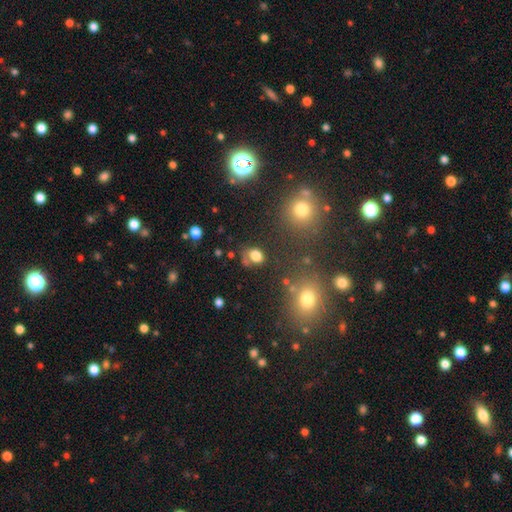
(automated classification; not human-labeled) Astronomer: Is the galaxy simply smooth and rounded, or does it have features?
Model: smooth — 79%.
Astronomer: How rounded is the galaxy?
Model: in between — 54% (runner-up: round, 45%).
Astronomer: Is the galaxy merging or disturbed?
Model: none — 64%.